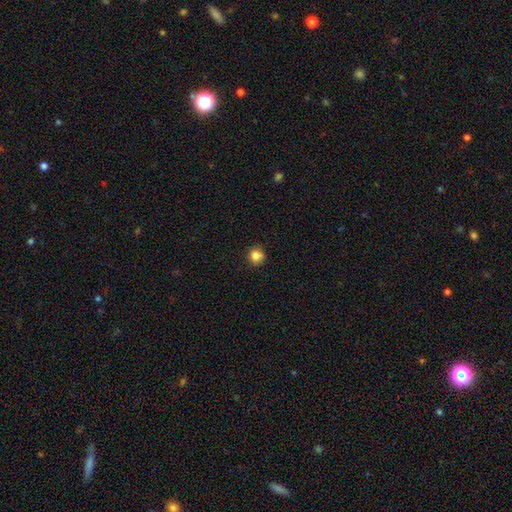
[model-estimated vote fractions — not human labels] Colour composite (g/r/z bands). It shows a smooth galaxy with no disk features (83%) that is round (89%). Merging: none (84%).